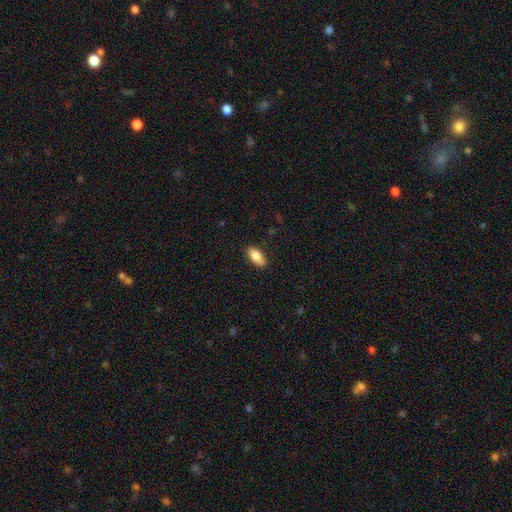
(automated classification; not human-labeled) The model was most divided on "smooth or featured": smooth: 83%, featured or disk: 11%, star or artifact: 7%. More confident: how rounded — in between (85%); merging — none (84%).